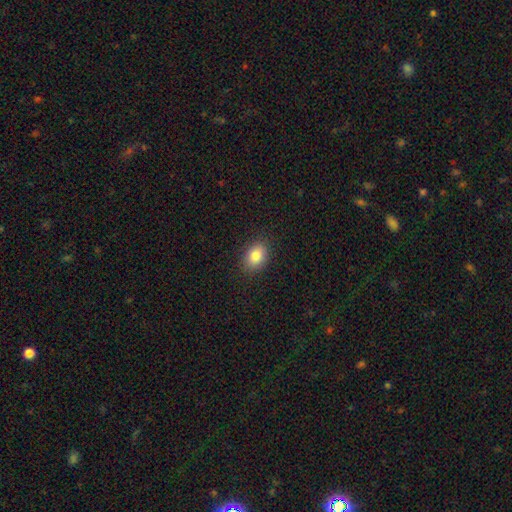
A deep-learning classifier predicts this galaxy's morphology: This appears to be a smooth galaxy with no disk features (84%) that is in between round and cigar-shaped (75%). Merging: none (88%).